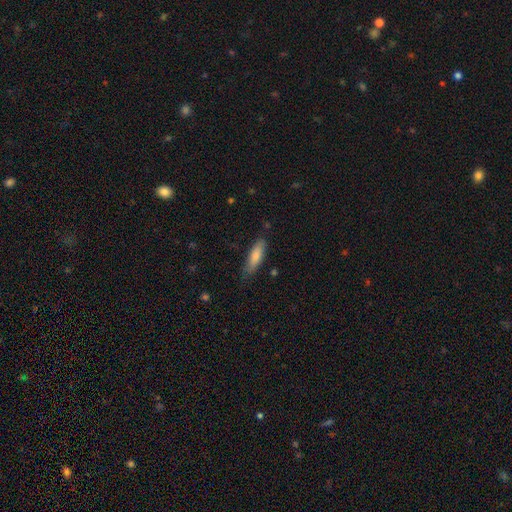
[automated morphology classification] Smooth or featured? smooth (78%)
How rounded? cigar-shaped (54%)
Merging? none (77%)